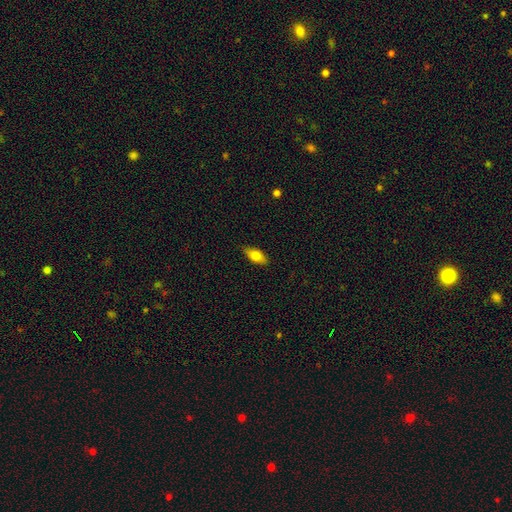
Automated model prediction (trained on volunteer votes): Overall: smooth (73%). How rounded: in between (83%). Merging: none (82%).